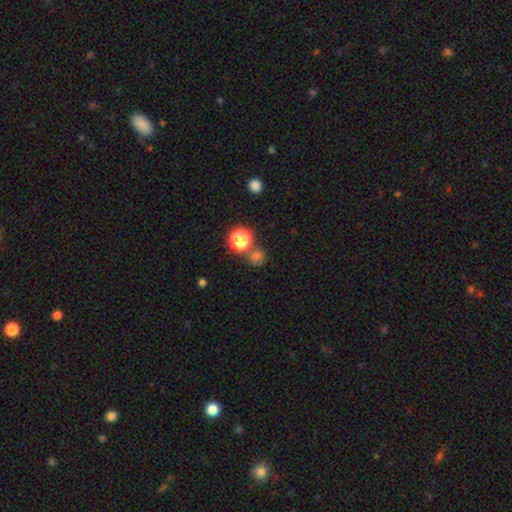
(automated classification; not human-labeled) The model was most divided on "smooth or featured": smooth: 64%, star or artifact: 29%, featured or disk: 8%. More confident: how rounded — round (87%); merging — none (66%).